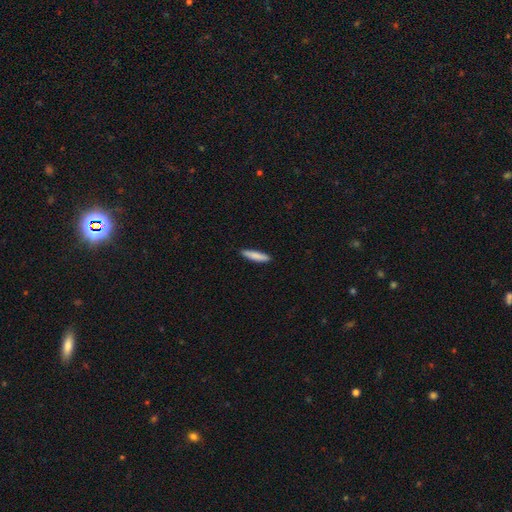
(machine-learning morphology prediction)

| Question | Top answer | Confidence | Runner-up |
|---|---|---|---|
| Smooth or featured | smooth | 85% | featured or disk (10%) |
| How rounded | cigar-shaped | 86% | in between (13%) |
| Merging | none | 89% | minor disturbance (8%) |